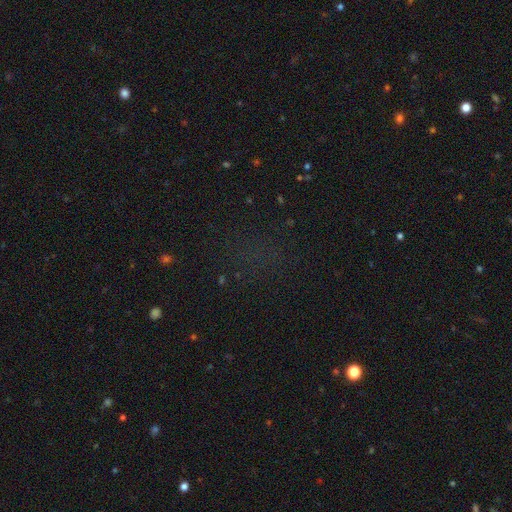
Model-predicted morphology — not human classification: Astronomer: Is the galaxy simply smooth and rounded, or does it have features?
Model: star or artifact — 64%.